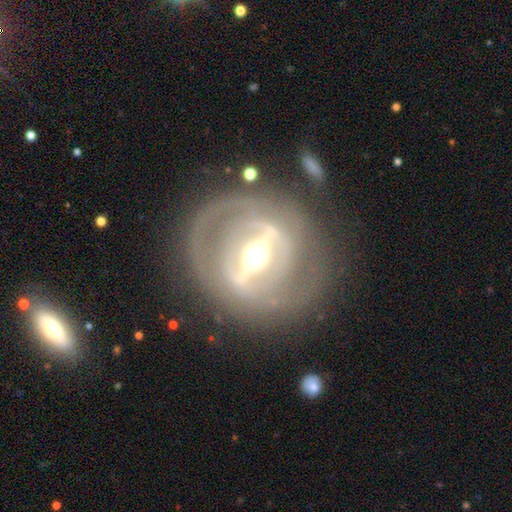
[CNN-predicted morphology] Smooth or featured: featured or disk — 86% (smooth — 9%)
Edge-on disk: no — 87% (yes — 13%)
Bar: strong — 79% (weak — 16%)
Spiral arms: yes — 60% (no — 40%)
Bulge size: moderate — 67% (small — 16%)
Merging: none — 76% (minor disturbance — 13%)